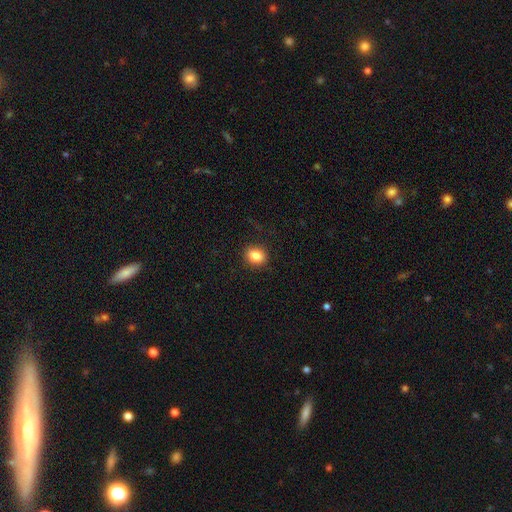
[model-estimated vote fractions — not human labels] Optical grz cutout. It shows a smooth galaxy with no disk features (85%) that is round (63%). Merging: none (89%).